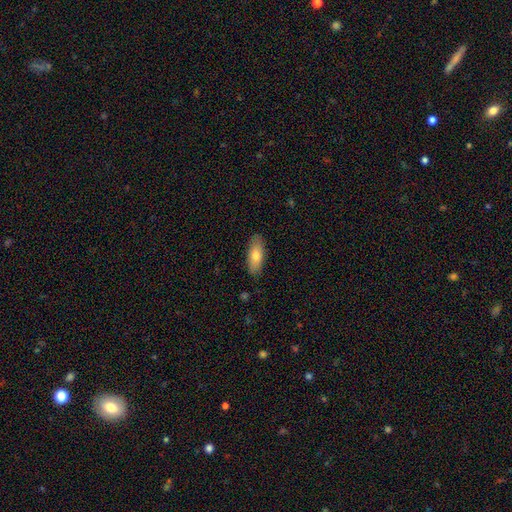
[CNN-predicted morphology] Smooth or featured: smooth — 76% (featured or disk — 18%)
How rounded: in between — 73% (cigar-shaped — 25%)
Merging: none — 87% (minor disturbance — 10%)